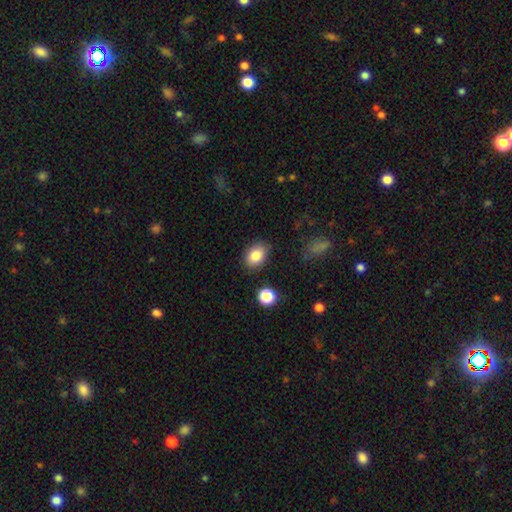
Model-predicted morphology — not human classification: This is clearly a smooth galaxy (84%). How rounded: likely in between (73%). Merging: clearly none (83%).